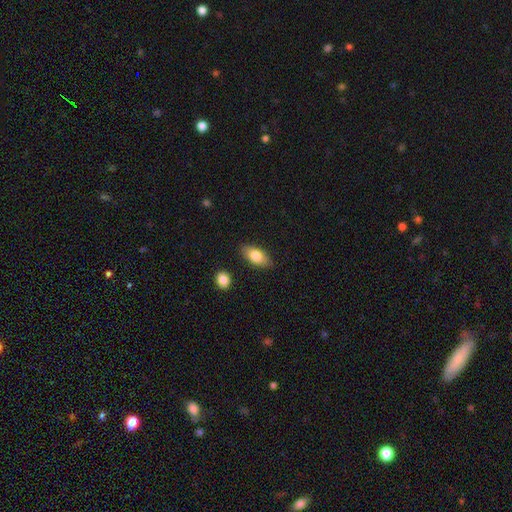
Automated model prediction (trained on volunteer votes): Q: Smooth or featured?
A: smooth (80%); runner-up: featured or disk (14%)
Q: How rounded?
A: in between (89%); runner-up: cigar-shaped (7%)
Q: Merging?
A: none (85%); runner-up: minor disturbance (11%)